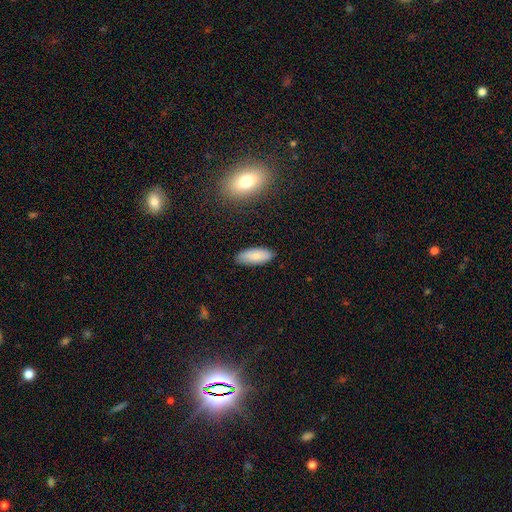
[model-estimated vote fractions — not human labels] A smooth galaxy with no disk features (83%) that is in between round and cigar-shaped (80%). Merging: none (86%).